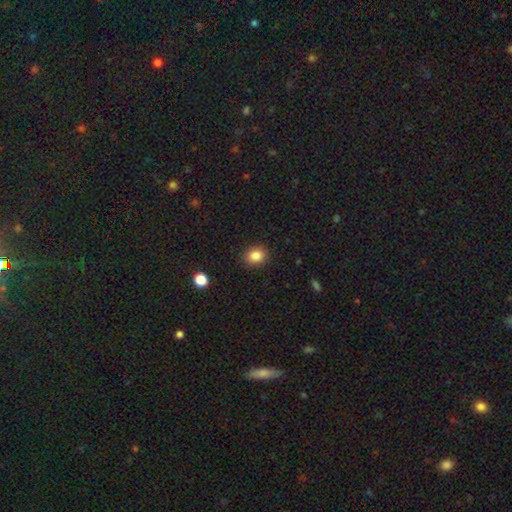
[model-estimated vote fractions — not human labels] Smooth or featured: smooth — 84% (star or artifact — 10%)
How rounded: round — 59% (in between — 40%)
Merging: none — 89% (minor disturbance — 7%)